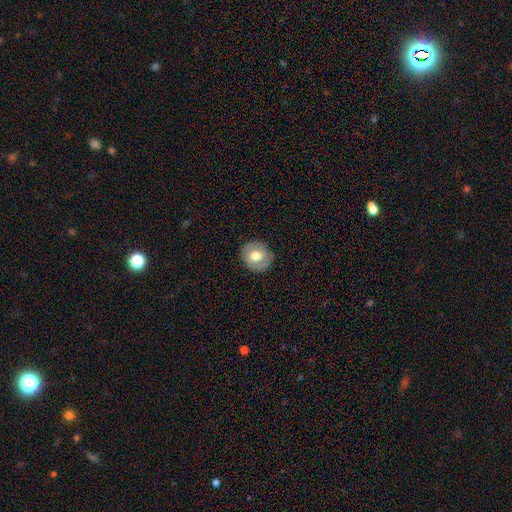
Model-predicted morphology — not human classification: Smooth or featured?
  - smooth: 58% *
  - featured or disk: 35%
  - star or artifact: 7%
How rounded?
  - round: 82% *
  - in between: 17%
  - cigar-shaped: 1%
Merging?
  - none: 85% *
  - minor disturbance: 11%
  - major disturbance: 3%
  - merger: 1%